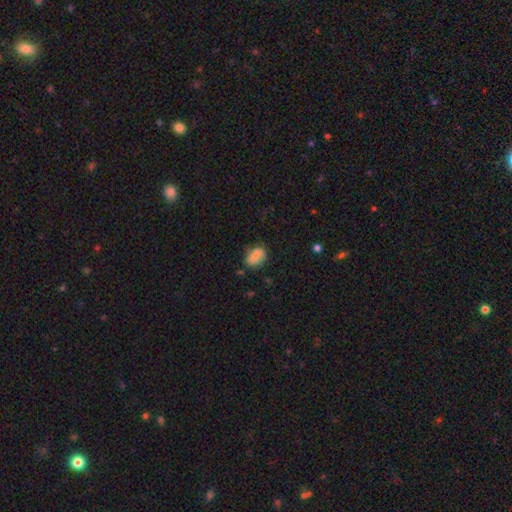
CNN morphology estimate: Smooth or featured: smooth — 76% (featured or disk — 15%)
How rounded: in between — 74% (round — 25%)
Merging: none — 66% (minor disturbance — 26%)